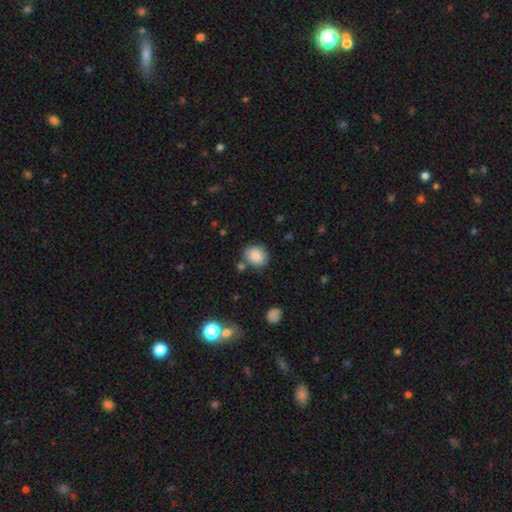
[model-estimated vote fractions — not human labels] A smooth galaxy with no disk features (86%) that is round (59%).

Vote fractions:
- Smooth or featured? smooth: 86% / star or artifact: 9% / featured or disk: 6%
- How rounded? round: 59% / in between: 40% / cigar-shaped: 1%
- Merging? none: 76% / minor disturbance: 14% / merger: 7% / major disturbance: 4%